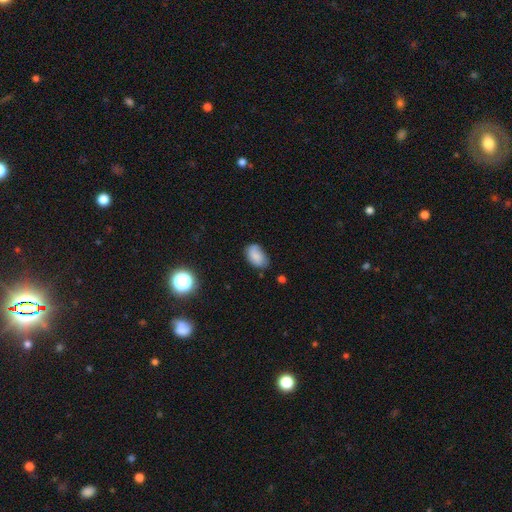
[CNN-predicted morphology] Q: Smooth or featured?
A: smooth (79%); runner-up: featured or disk (11%)
Q: How rounded?
A: in between (90%); runner-up: round (9%)
Q: Merging?
A: none (61%); runner-up: minor disturbance (30%)